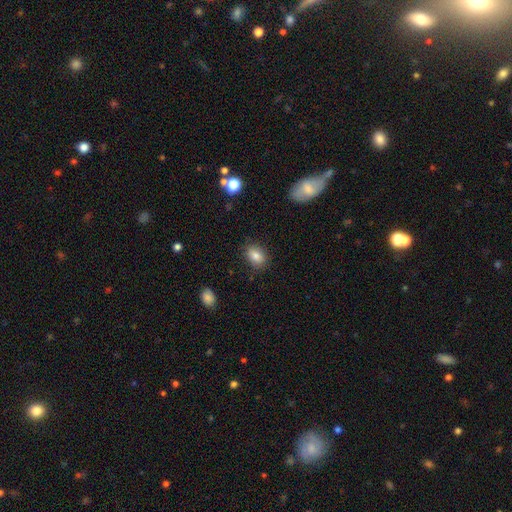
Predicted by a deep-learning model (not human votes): Smooth or featured?
  - smooth: 83% *
  - star or artifact: 9%
  - featured or disk: 8%
How rounded?
  - in between: 74% *
  - round: 25%
  - cigar-shaped: 1%
Merging?
  - none: 85% *
  - minor disturbance: 11%
  - major disturbance: 3%
  - merger: 1%